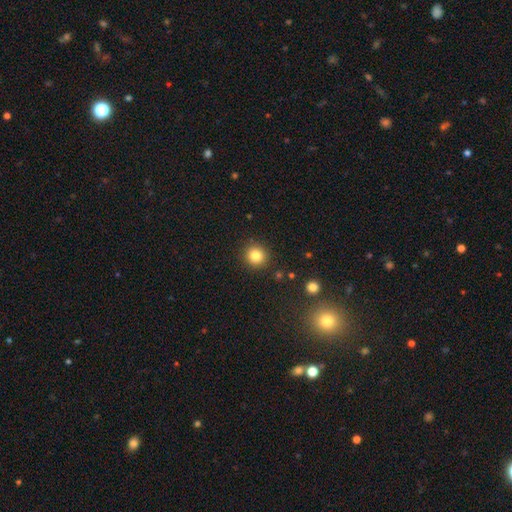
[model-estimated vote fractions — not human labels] Smooth or featured? smooth (83%)
How rounded? round (92%)
Merging? none (90%)